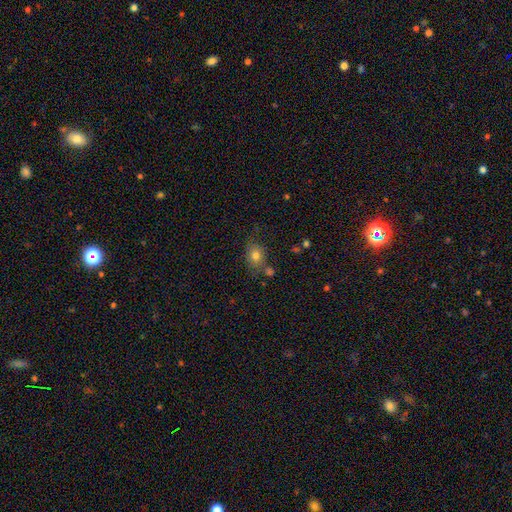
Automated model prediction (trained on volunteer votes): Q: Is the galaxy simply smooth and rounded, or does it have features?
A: smooth — 78%.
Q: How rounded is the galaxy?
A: in between — 52%.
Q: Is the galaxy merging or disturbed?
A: none — 68%.